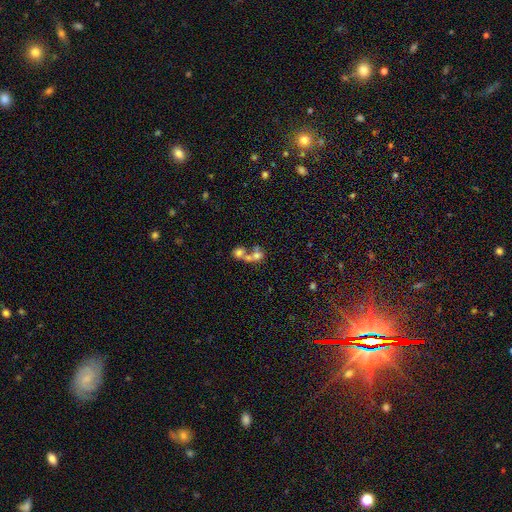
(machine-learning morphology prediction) type=smooth (57%); roundness=round (68%); merging=merger (62%).